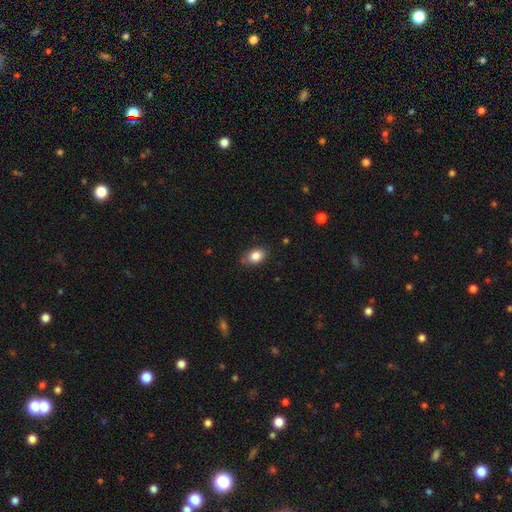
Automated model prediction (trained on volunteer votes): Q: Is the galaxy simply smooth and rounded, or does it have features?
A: smooth — 85%.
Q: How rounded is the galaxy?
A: in between — 80%.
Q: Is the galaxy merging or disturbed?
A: none — 77%.